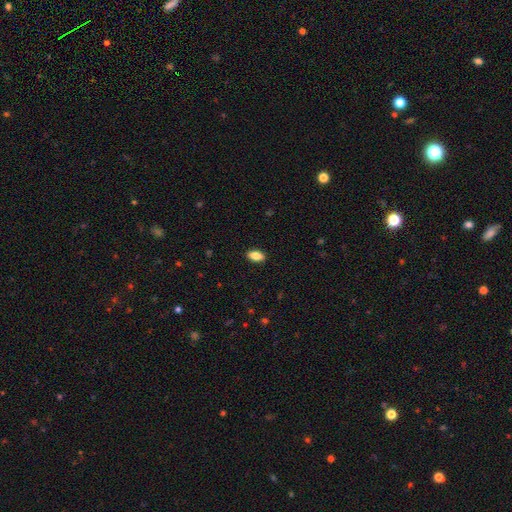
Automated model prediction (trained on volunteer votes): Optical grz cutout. It shows a smooth galaxy with no disk features (84%) that is in between round and cigar-shaped (89%). Merging: none (89%).